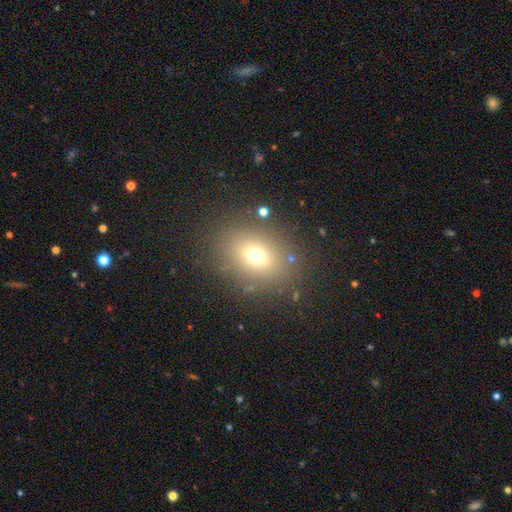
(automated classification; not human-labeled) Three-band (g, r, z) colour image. It shows a smooth galaxy with no disk features (68%) that is in between round and cigar-shaped (59%). Merging: none (81%).